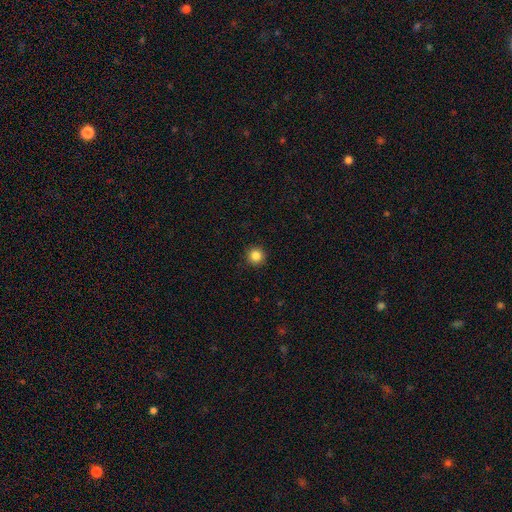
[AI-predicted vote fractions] smooth_or_featured: smooth (p=0.85) [alt: star or artifact p=0.11]
how_rounded: round (p=0.96) [alt: in between p=0.03]
merging: none (p=0.93) [alt: minor disturbance p=0.05]